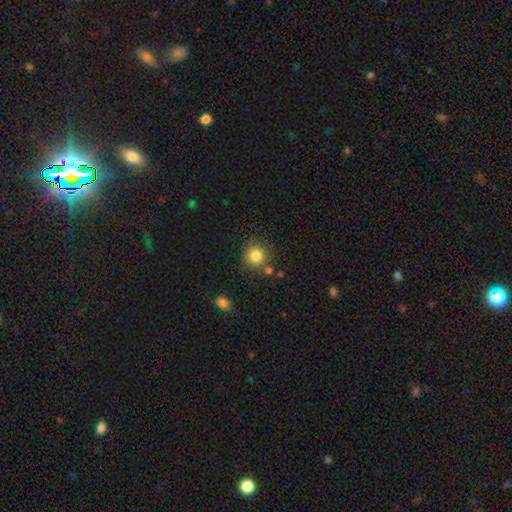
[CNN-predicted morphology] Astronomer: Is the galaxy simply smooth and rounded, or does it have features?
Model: smooth — 82%.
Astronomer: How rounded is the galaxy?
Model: round — 91%.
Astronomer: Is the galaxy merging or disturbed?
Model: none — 79%.